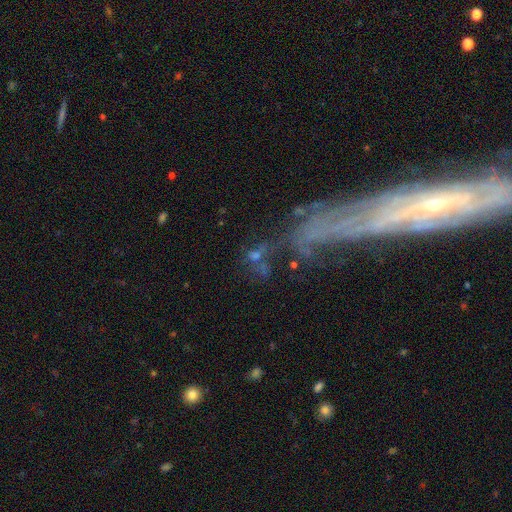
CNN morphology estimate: Overall: featured or disk (40%; smooth 31%). Merging: none (38%; major disturbance 26%).